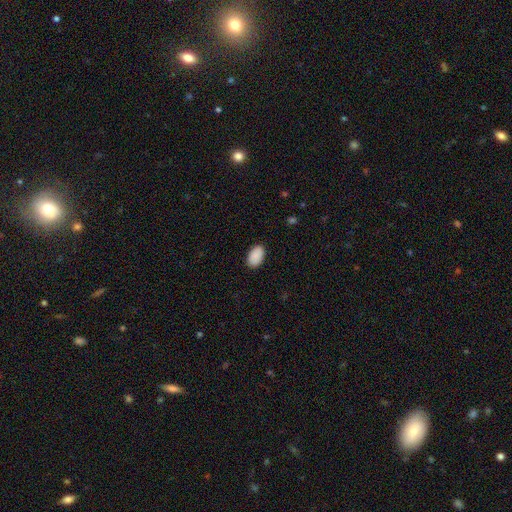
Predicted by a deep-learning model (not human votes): This appears to be a smooth galaxy with no disk features (91%) that is in between round and cigar-shaped (94%). Merging: none (88%).